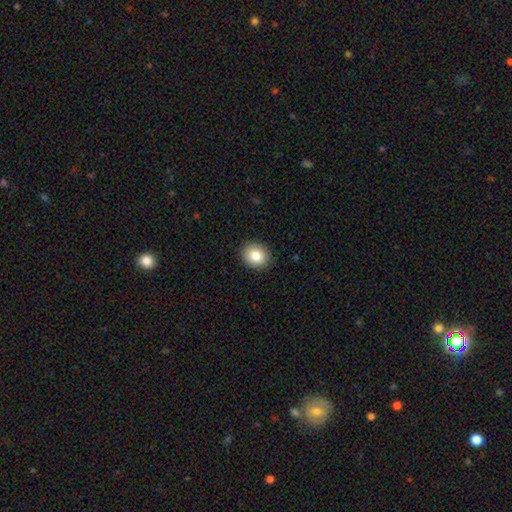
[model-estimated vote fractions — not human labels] A smooth galaxy with no disk features (82%) that is round (72%).

Vote fractions:
- Smooth or featured? smooth: 82% / star or artifact: 9% / featured or disk: 8%
- How rounded? round: 72% / in between: 27% / cigar-shaped: 1%
- Merging? none: 91% / minor disturbance: 6% / major disturbance: 2% / merger: 1%